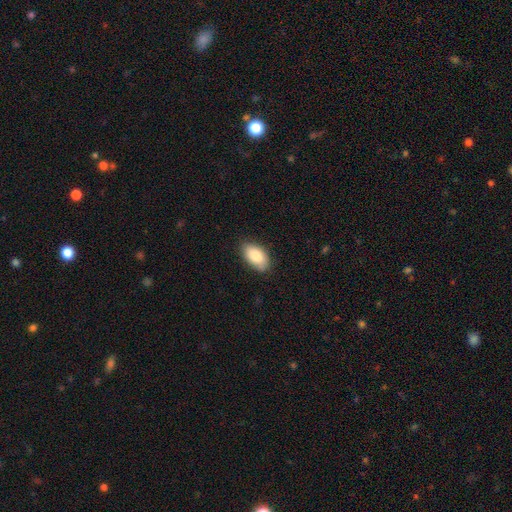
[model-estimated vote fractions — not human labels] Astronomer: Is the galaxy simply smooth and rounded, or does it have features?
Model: smooth — 85%.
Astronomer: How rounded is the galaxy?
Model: in between — 95%.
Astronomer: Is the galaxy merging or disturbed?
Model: none — 83%.